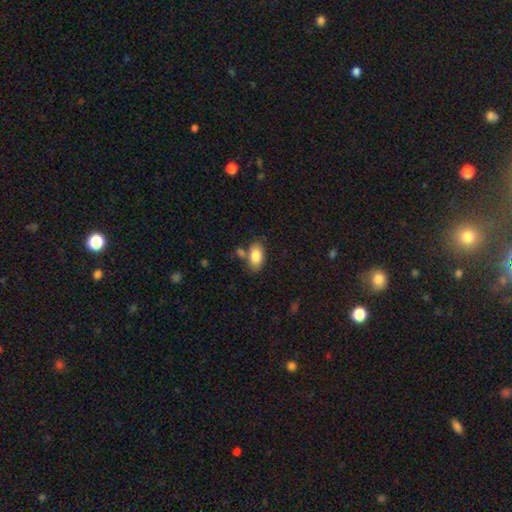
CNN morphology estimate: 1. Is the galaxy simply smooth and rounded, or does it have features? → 84% smooth, 9% featured or disk, 7% star or artifact.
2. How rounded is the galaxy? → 92% in between, 6% round, 2% cigar-shaped.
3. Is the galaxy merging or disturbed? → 67% none, 15% minor disturbance, 14% merger, 4% major disturbance.